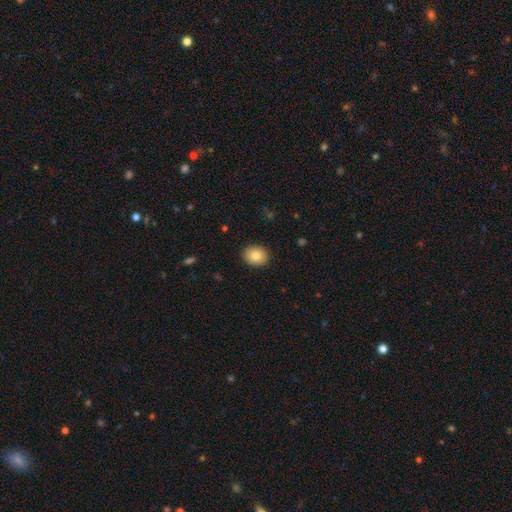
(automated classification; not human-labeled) The model was most divided on "how rounded": round: 55%, in between: 45%, cigar-shaped: 1%. More confident: merging — none (90%); smooth or featured — smooth (83%).